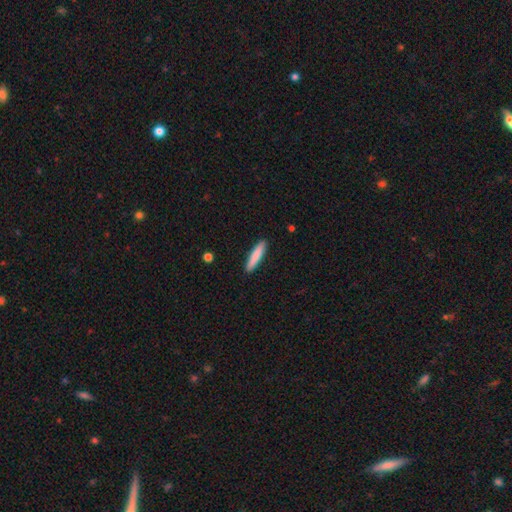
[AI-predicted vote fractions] Overall: smooth (83%). How rounded: cigar-shaped (87%). Merging: none (90%).